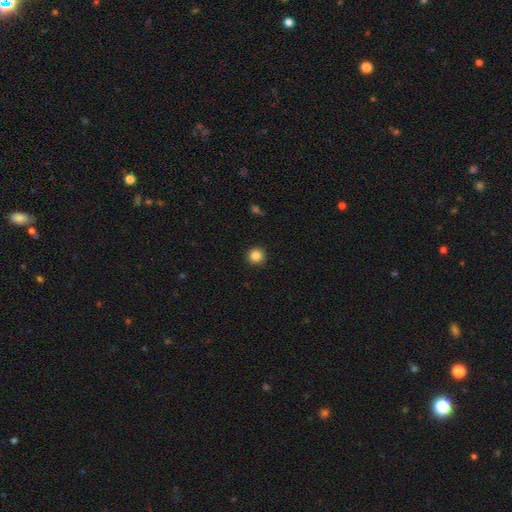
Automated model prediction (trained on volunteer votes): A smooth galaxy with no disk features (85%) that is round (95%).

Vote fractions:
- Smooth or featured? smooth: 85% / star or artifact: 11% / featured or disk: 4%
- How rounded? round: 95% / in between: 4% / cigar-shaped: 1%
- Merging? none: 92% / minor disturbance: 5% / major disturbance: 2% / merger: 1%